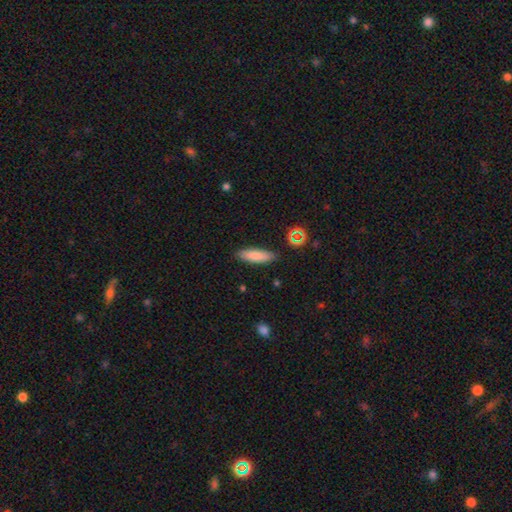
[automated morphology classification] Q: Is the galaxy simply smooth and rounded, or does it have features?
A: smooth — 83%.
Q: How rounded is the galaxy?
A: cigar-shaped — 54%.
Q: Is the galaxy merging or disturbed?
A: none — 87%.